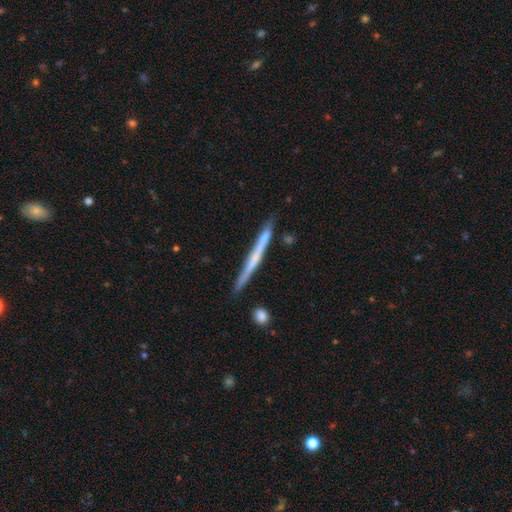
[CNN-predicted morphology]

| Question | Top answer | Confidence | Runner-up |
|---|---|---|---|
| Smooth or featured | featured or disk | 54% | smooth (40%) |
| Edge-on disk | yes | 96% | no (4%) |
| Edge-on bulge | none | 81% | rounded (13%) |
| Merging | none | 83% | minor disturbance (11%) |